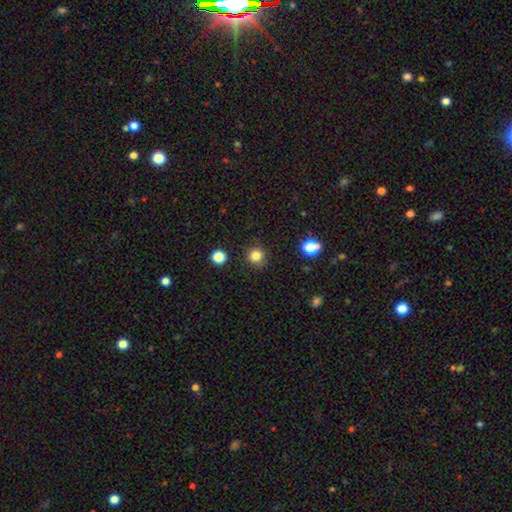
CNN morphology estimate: smooth-or-featured: smooth: 83% | star or artifact: 13% | featured or disk: 4%
  how-rounded: round: 94% | in between: 5% | cigar-shaped: 1%
  merging: none: 89% | minor disturbance: 7% | major disturbance: 2% | merger: 2%